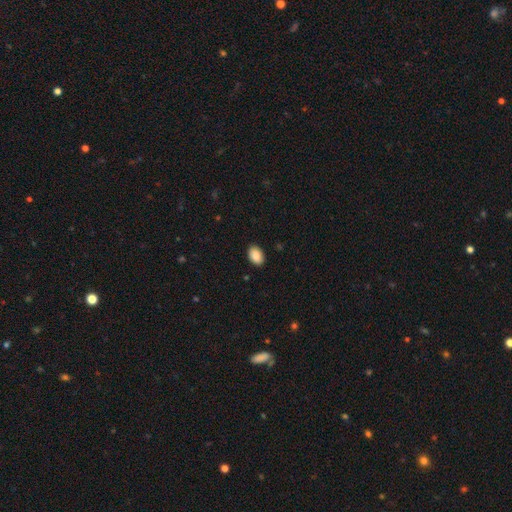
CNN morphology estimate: Smooth or featured? Predicted: smooth (p=0.89). How rounded? Predicted: in between (p=0.85). Merging? Predicted: none (p=0.89).